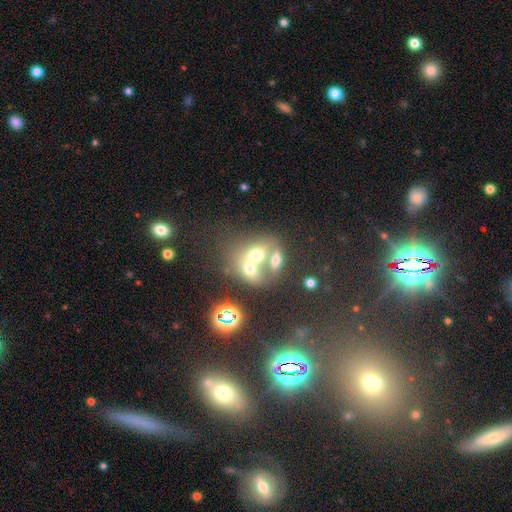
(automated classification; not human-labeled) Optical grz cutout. It shows a smooth galaxy with no disk features (55%) that is in between round and cigar-shaped (60%). Merging: merger (65%).